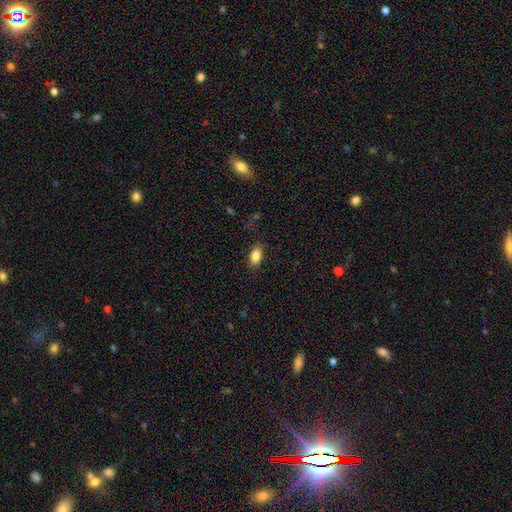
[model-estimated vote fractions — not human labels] This appears to be a smooth galaxy with no disk features (85%) that is in between round and cigar-shaped (89%). Merging: none (82%).